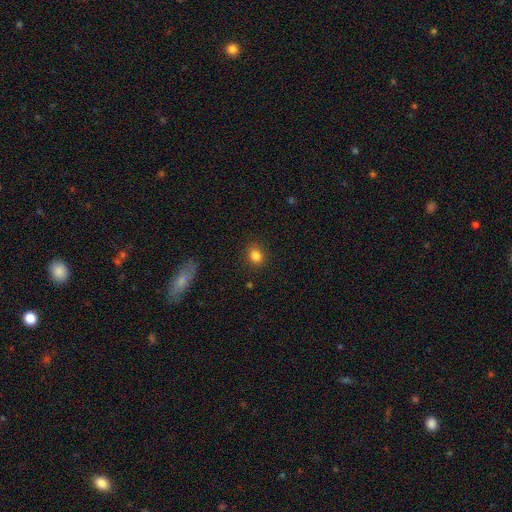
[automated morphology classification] This appears to be a smooth galaxy with no disk features (83%) that is round (57%). Merging: none (87%).